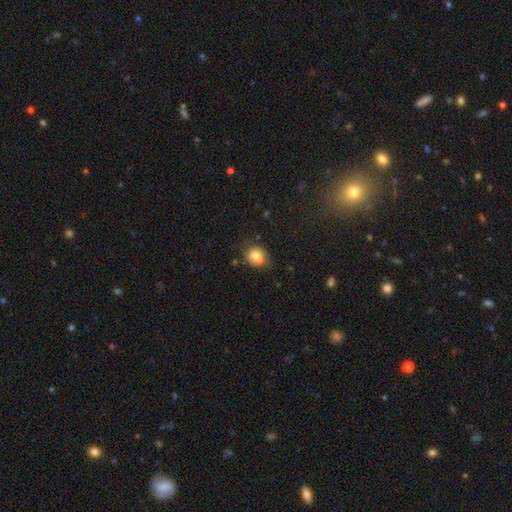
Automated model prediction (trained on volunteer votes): Q: Smooth or featured?
A: smooth (79%); runner-up: featured or disk (11%)
Q: How rounded?
A: round (61%); runner-up: in between (38%)
Q: Merging?
A: none (60%); runner-up: minor disturbance (27%)